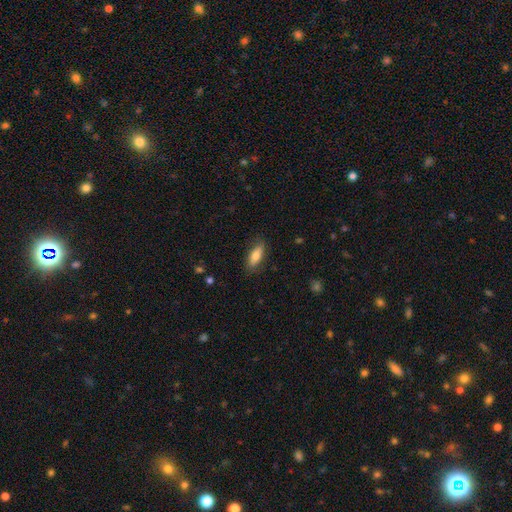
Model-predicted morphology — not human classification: Smooth or featured: smooth — 75% (featured or disk — 19%)
How rounded: in between — 72% (cigar-shaped — 25%)
Merging: none — 82% (minor disturbance — 13%)